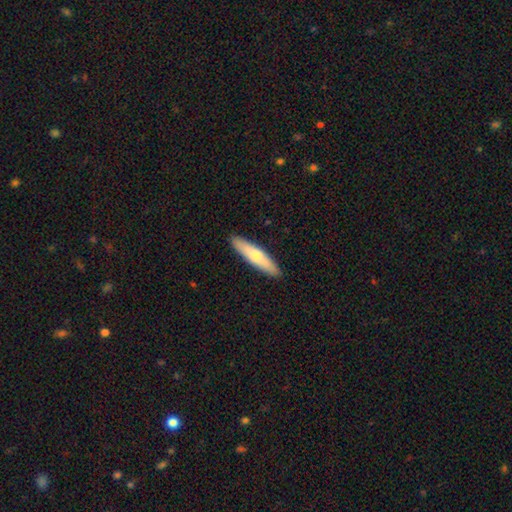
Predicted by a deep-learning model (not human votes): This is likely a smooth galaxy (64%). How rounded: likely cigar-shaped (79%). Merging: clearly none (91%).